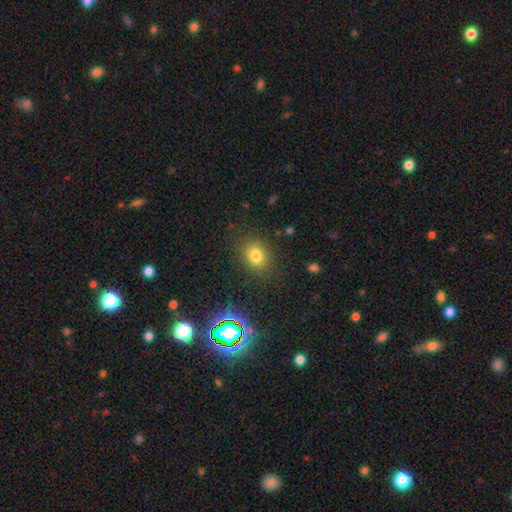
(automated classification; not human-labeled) A smooth galaxy with no disk features (76%) that is round (60%). Merging: none (84%).